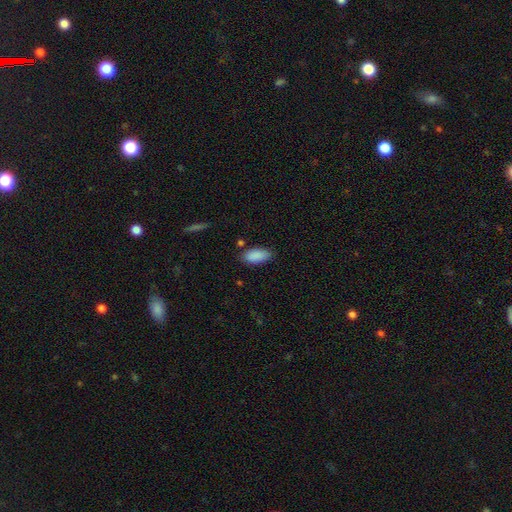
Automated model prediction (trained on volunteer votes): Morphology: type=smooth (89%); roundness=in between (91%); merging=none (80%).